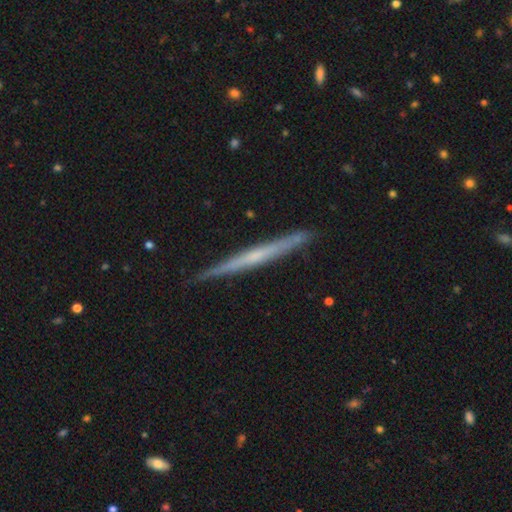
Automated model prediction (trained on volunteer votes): A featured or disk galaxy (64%) viewed edge-on (98%) with no central bulge (70%).

Vote fractions:
- Smooth or featured? featured or disk: 64% / smooth: 30% / star or artifact: 6%
- Edge-on disk? yes: 98% / no: 2%
- Edge-on bulge? none: 70% / rounded: 24% / boxy: 6%
- Merging? none: 90% / minor disturbance: 8% / major disturbance: 1% / merger: 1%